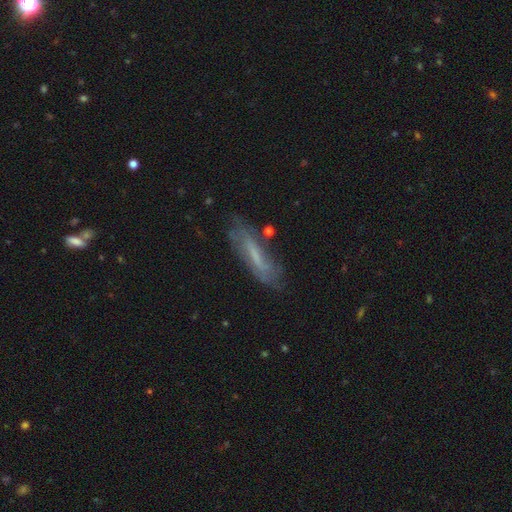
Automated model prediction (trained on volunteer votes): A featured or disk galaxy (53%).

Vote fractions:
- Smooth or featured? featured or disk: 53% / smooth: 38% / star or artifact: 9%
- Edge-on disk? no: 57% / yes: 43%
- Merging? none: 70% / minor disturbance: 20% / major disturbance: 7% / merger: 3%